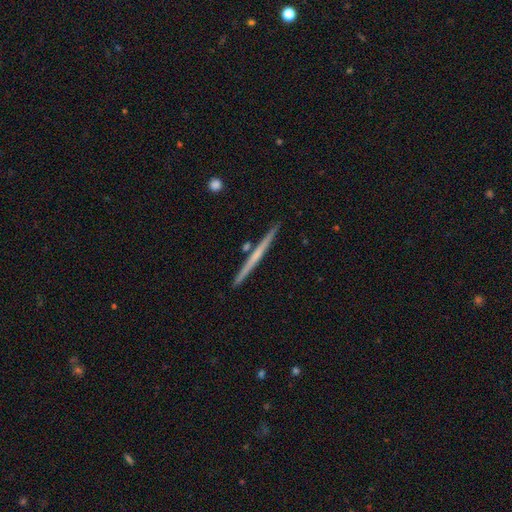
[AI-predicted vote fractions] featured or disk 58%, smooth 37%, star or artifact 5%. Down the decision tree: edge-on disk — yes (98%); edge-on bulge — none (79%); merging — none (90%).